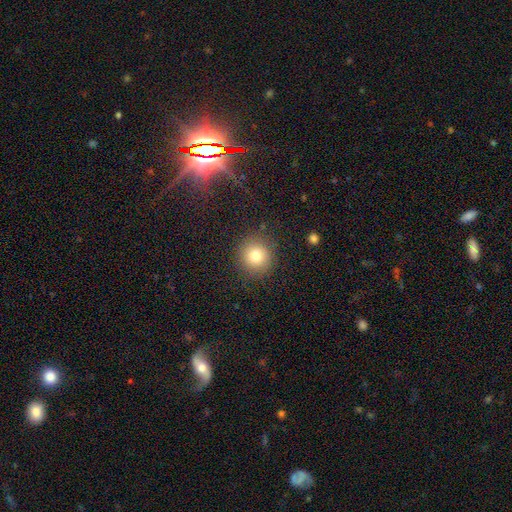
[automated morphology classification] This is likely a smooth galaxy (79%). How rounded: clearly round (90%). Merging: clearly none (87%).